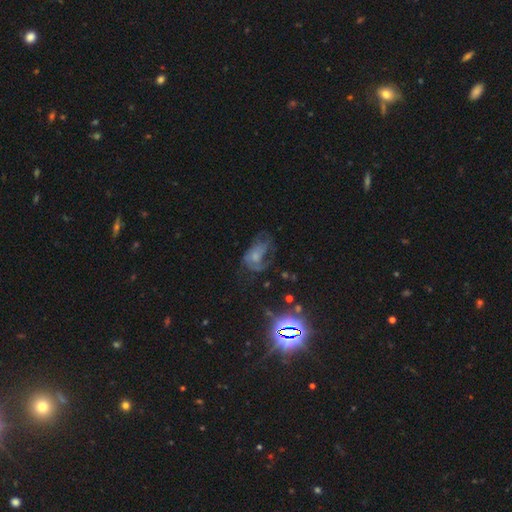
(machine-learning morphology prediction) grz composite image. It shows a featured or disk galaxy (49%). Merging: major disturbance (43%).